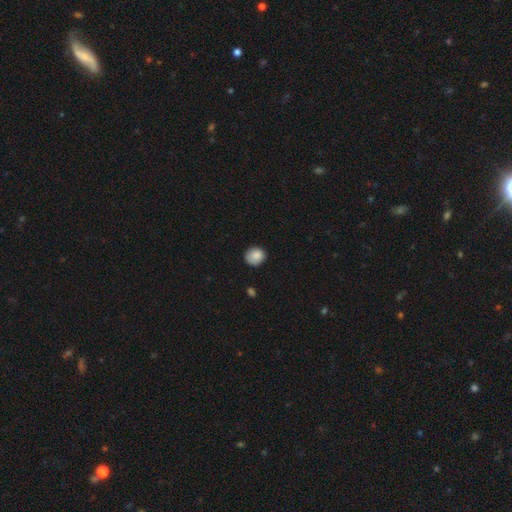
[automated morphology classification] smooth_or_featured: smooth (p=0.87) [alt: star or artifact p=0.08]
how_rounded: round (p=0.83) [alt: in between p=0.17]
merging: none (p=0.78) [alt: minor disturbance p=0.18]